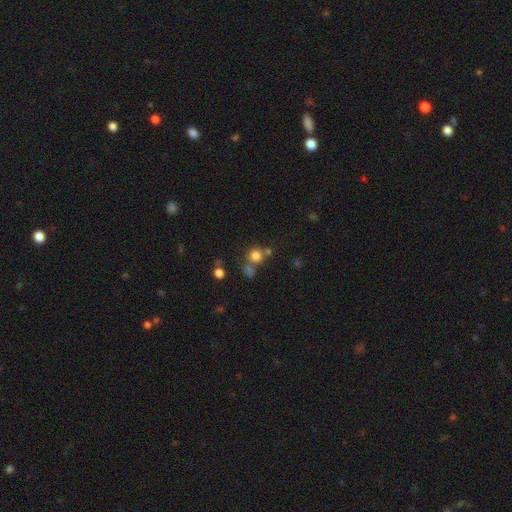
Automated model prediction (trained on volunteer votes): Smooth or featured? Predicted: smooth (p=0.76). How rounded? Predicted: round (p=0.88). Merging? Predicted: none (p=0.60).